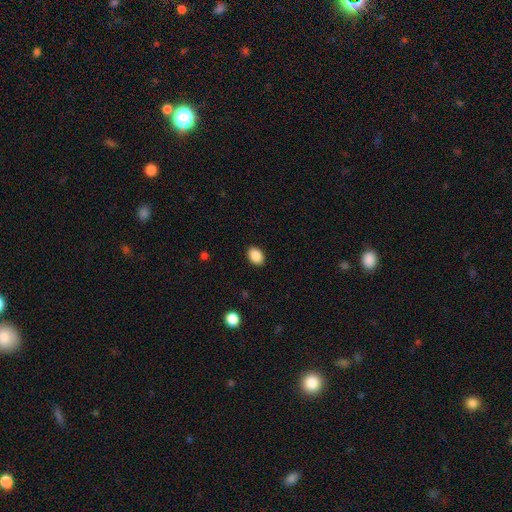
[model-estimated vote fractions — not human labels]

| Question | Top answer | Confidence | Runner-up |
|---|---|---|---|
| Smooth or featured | smooth | 89% | star or artifact (8%) |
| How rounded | in between | 79% | round (20%) |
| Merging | none | 90% | minor disturbance (7%) |